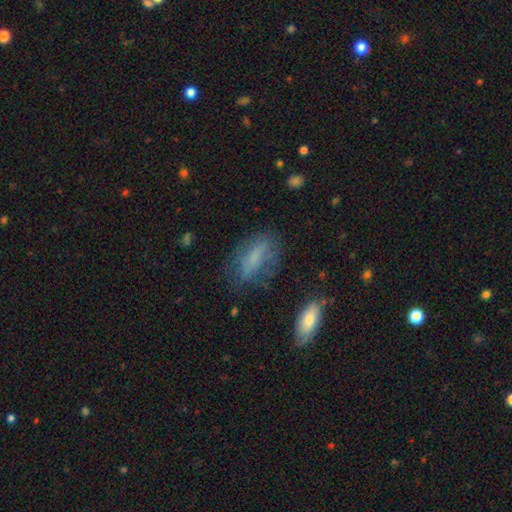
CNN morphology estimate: The model was most divided on "smooth or featured": smooth: 62%, featured or disk: 26%, star or artifact: 11%. More confident: how rounded — in between (77%); merging — none (61%).